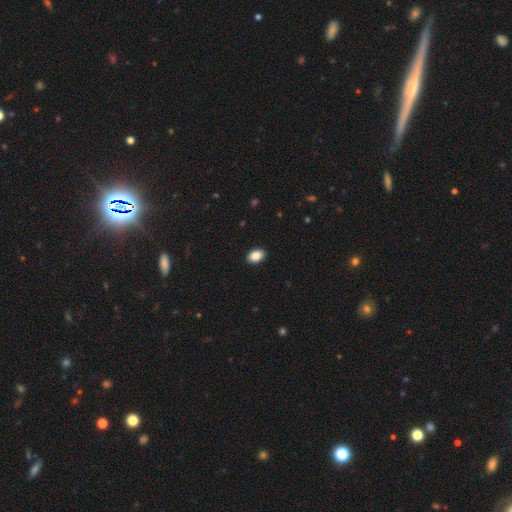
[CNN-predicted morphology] This appears to be a smooth galaxy with no disk features (88%) that is in between round and cigar-shaped (84%). Merging: none (91%).